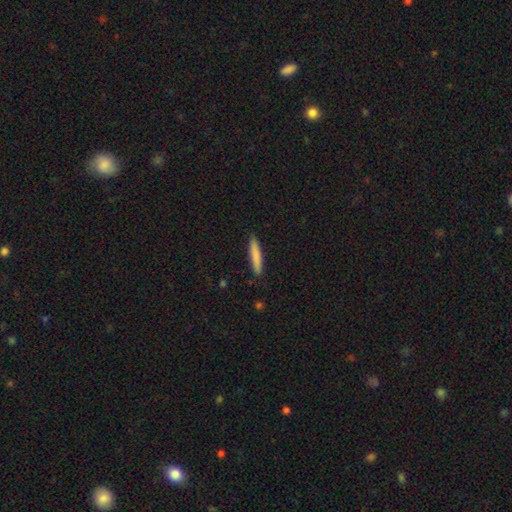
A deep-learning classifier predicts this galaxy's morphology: Smooth or featured: smooth — 82% (featured or disk — 12%)
How rounded: cigar-shaped — 91% (in between — 7%)
Merging: none — 89% (minor disturbance — 8%)